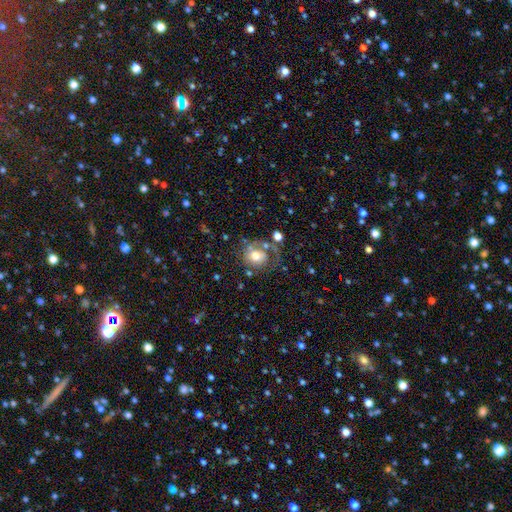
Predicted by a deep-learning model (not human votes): Smooth or featured? Predicted: smooth (p=0.58). How rounded? Predicted: round (p=0.75). Merging? Predicted: none (p=0.45).